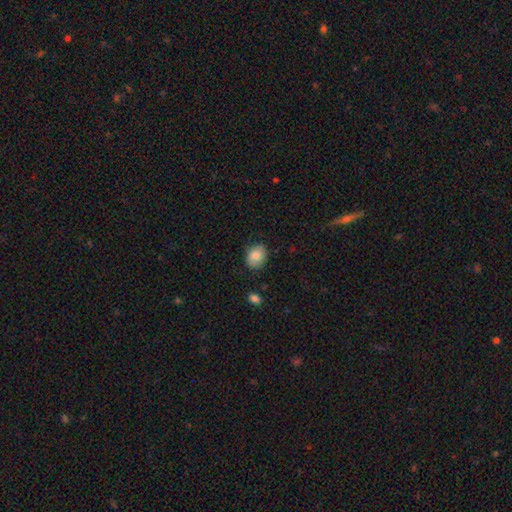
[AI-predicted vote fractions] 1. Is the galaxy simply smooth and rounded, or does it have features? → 85% smooth, 8% star or artifact, 8% featured or disk.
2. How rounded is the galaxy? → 58% in between, 41% round, 1% cigar-shaped.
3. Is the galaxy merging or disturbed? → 78% none, 17% minor disturbance, 3% major disturbance, 1% merger.